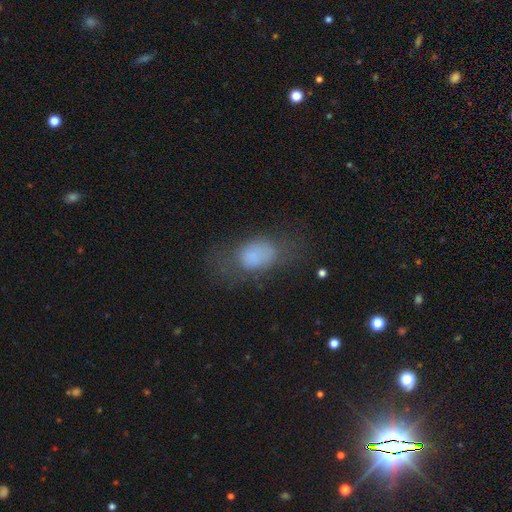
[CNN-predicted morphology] type=smooth (73%); roundness=in between (82%); merging=none (45%).